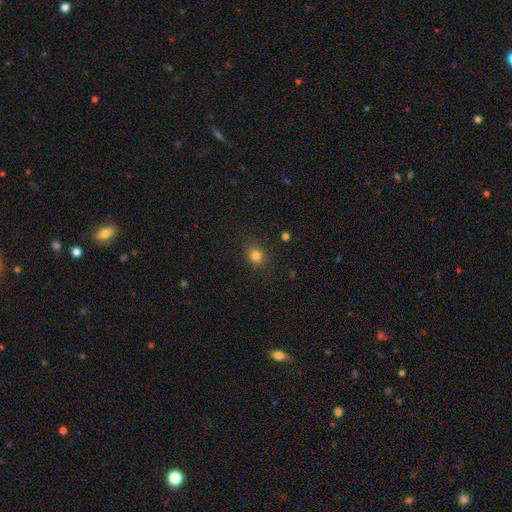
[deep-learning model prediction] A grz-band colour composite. It shows a smooth galaxy with no disk features (81%) that is round (77%). Merging: none (88%).